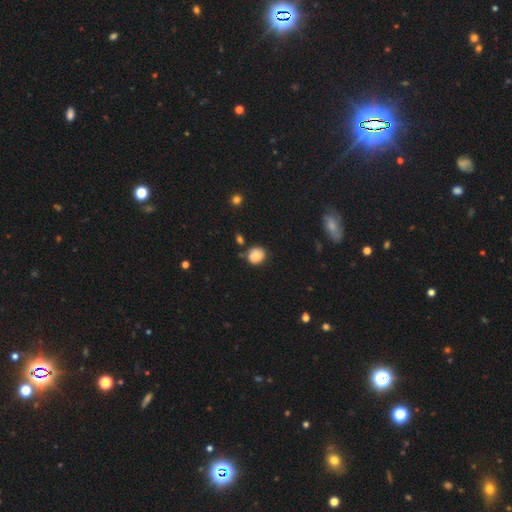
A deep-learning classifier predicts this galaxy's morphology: The model was most divided on "how rounded": round: 80%, in between: 19%, cigar-shaped: 1%. More confident: smooth or featured — smooth (84%); merging — none (78%).